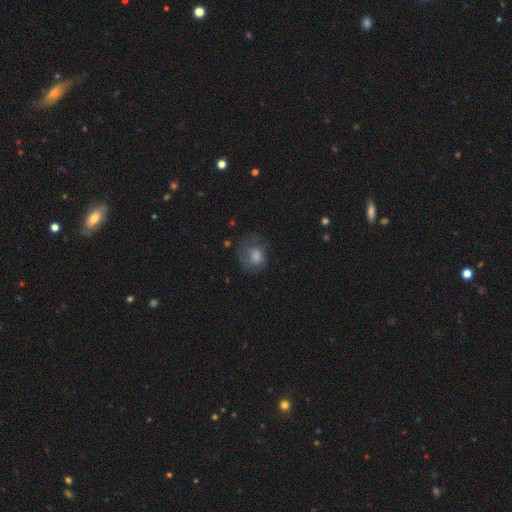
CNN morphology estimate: Smooth or featured? Predicted: smooth (p=0.61). How rounded? Predicted: round (p=0.57). Merging? Predicted: none (p=0.51).